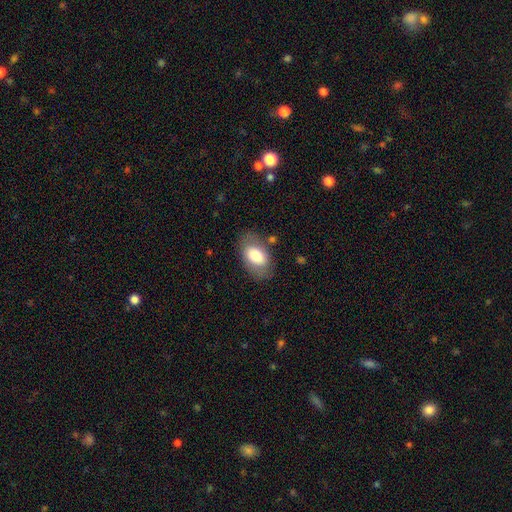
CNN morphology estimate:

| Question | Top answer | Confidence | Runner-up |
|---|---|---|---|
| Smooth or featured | smooth | 73% | featured or disk (20%) |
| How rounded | in between | 91% | round (8%) |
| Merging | none | 76% | minor disturbance (16%) |